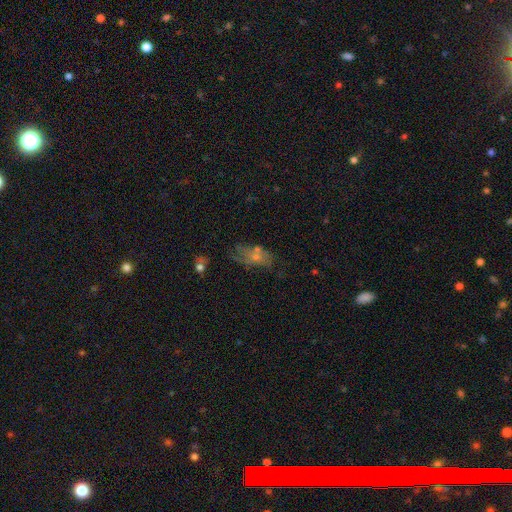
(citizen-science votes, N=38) smooth 53%, featured or disk 42%, star or artifact 5%. Down the decision tree: how rounded — in between (90%); merging — merger (58%).